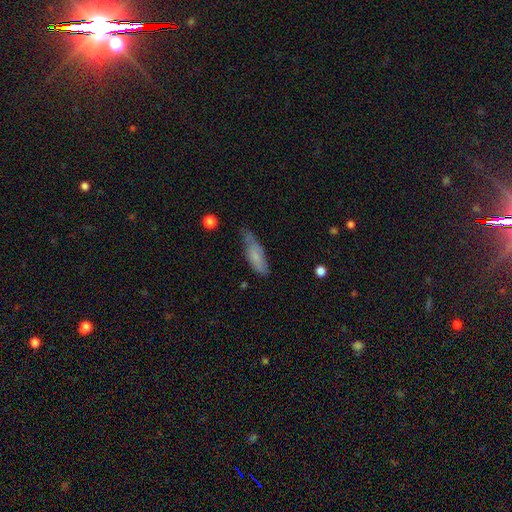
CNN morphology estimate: A smooth galaxy with no disk features (69%) that is in between round and cigar-shaped (56%). Merging: none (42%).